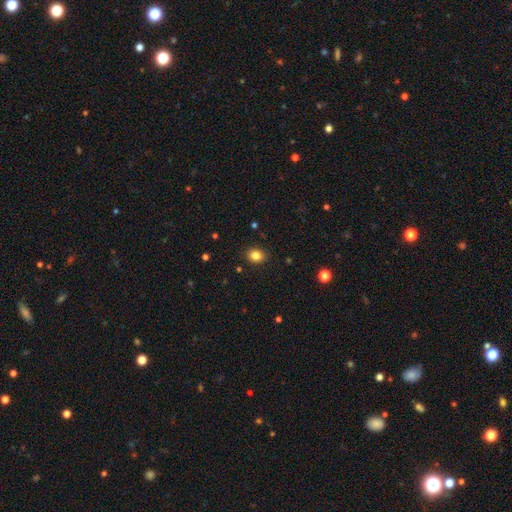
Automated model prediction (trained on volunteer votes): smooth-or-featured: smooth: 84% | star or artifact: 11% | featured or disk: 5%
  how-rounded: round: 56% | in between: 44% | cigar-shaped: 1%
  merging: none: 89% | minor disturbance: 7% | major disturbance: 2% | merger: 1%